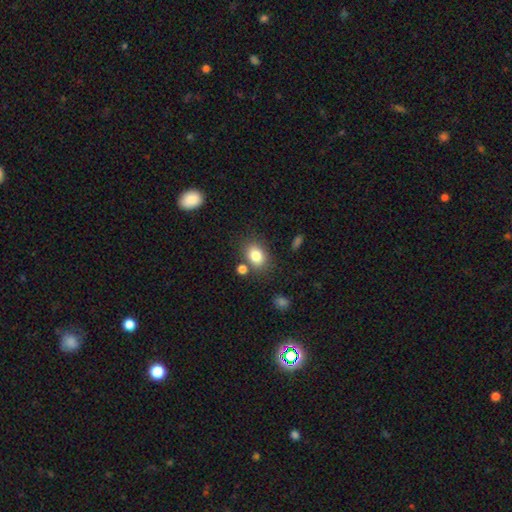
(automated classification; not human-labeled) The model was most divided on "how rounded": in between: 62%, round: 37%, cigar-shaped: 1%. More confident: smooth or featured — smooth (82%); merging — none (73%).